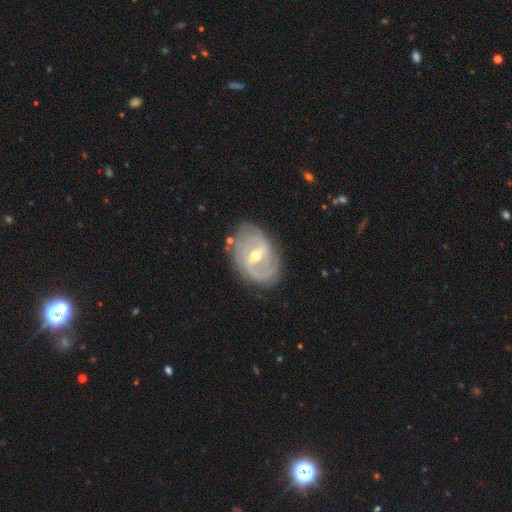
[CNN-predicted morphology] Smooth or featured? Predicted: featured or disk (p=0.84). Edge-on disk? Predicted: no (p=0.96). Bar? Predicted: weak (p=0.49). Spiral arms? Predicted: yes (p=0.87). Spiral winding? Predicted: tight (p=0.49). Spiral arm count? Predicted: 2 (p=0.55). Bulge size? Predicted: moderate (p=0.65). Merging? Predicted: none (p=0.75).